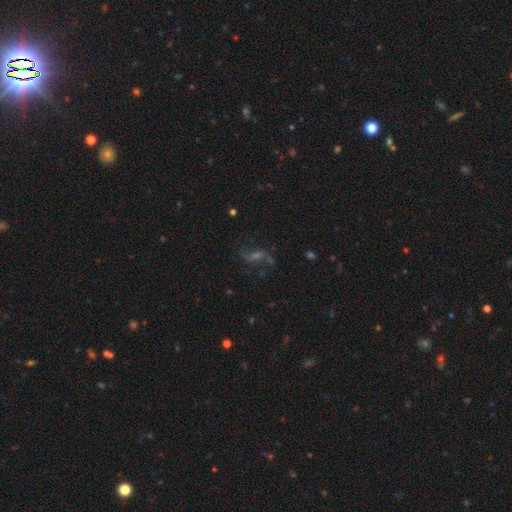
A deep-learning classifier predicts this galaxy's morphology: Overall: featured or disk (65%). Edge-on disk: no (93%). Bar: weak (44%; no 33%). Spiral arms: yes (89%). Spiral arm count: 2 (88%). Spiral winding: loose (76%). Bulge size: small (41%; moderate 26%). Merging: none (69%).